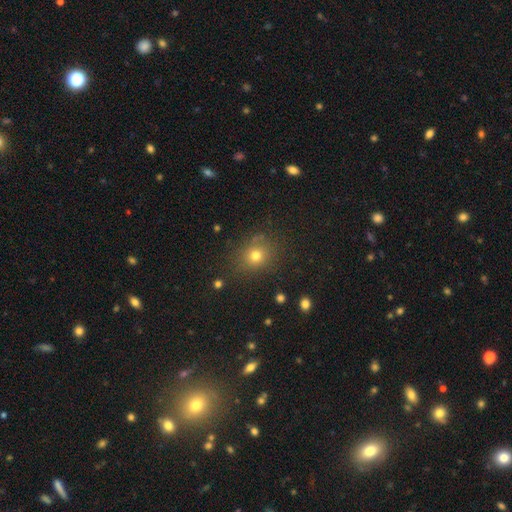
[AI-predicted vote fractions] The model was most divided on "smooth or featured": smooth: 73%, star or artifact: 18%, featured or disk: 9%. More confident: merging — none (81%); how rounded — round (78%).